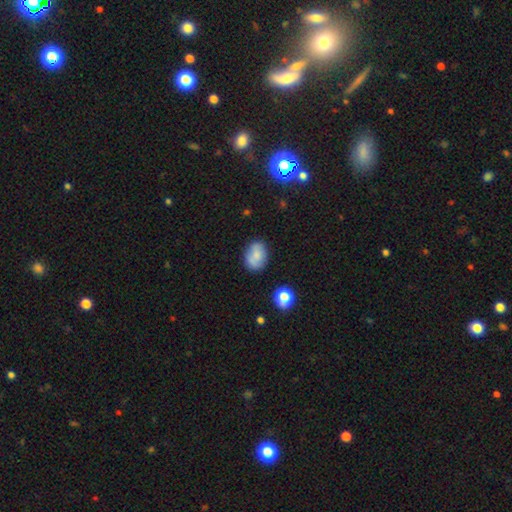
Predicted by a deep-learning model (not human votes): smooth 74%, featured or disk 17%, star or artifact 9%. Down the decision tree: how rounded — in between (74%); merging — none (70%).